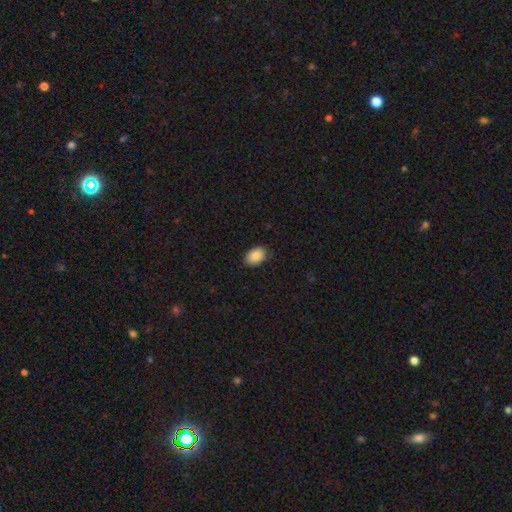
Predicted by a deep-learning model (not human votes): Smooth or featured? Predicted: smooth (p=0.89). How rounded? Predicted: in between (p=0.85). Merging? Predicted: none (p=0.83).